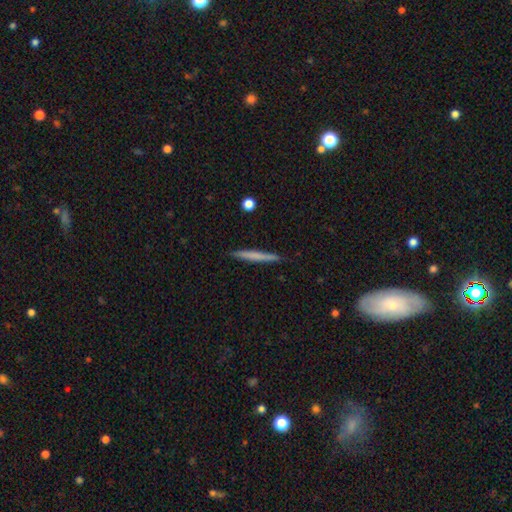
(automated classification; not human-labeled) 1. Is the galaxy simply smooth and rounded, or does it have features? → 62% smooth, 32% featured or disk, 6% star or artifact.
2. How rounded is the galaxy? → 96% cigar-shaped, 2% in between, 1% round.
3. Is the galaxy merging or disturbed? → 90% none, 7% minor disturbance, 1% major disturbance, 1% merger.